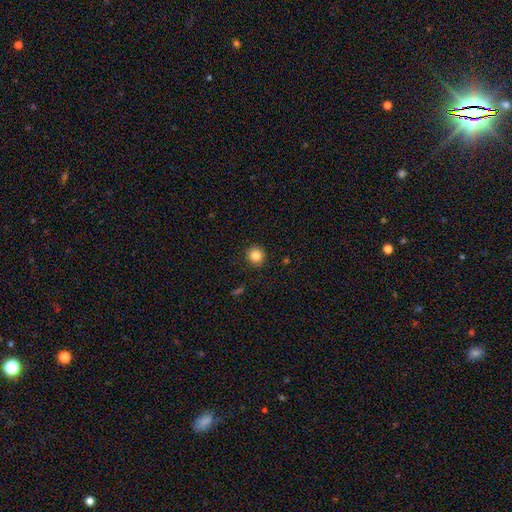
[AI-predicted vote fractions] smooth 85%, star or artifact 10%, featured or disk 5%. Down the decision tree: how rounded — round (93%); merging — none (91%).